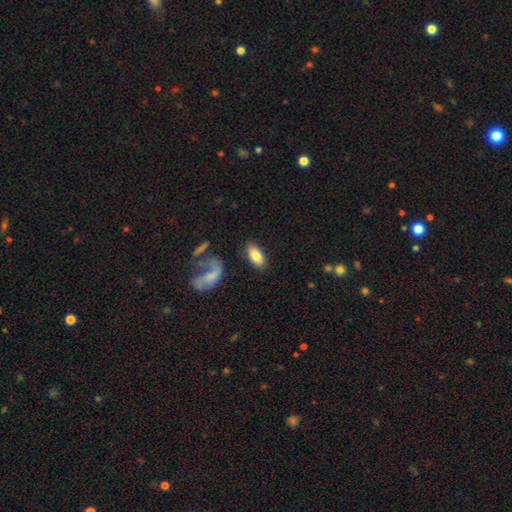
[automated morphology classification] This is clearly a smooth galaxy (81%). How rounded: clearly in between (90%). Merging: clearly none (82%).